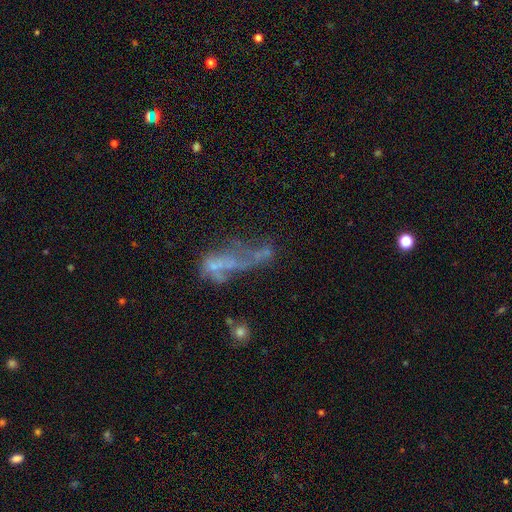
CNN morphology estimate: This is possibly a featured or disk galaxy (49%). Merging: marginally major disturbance (37%).